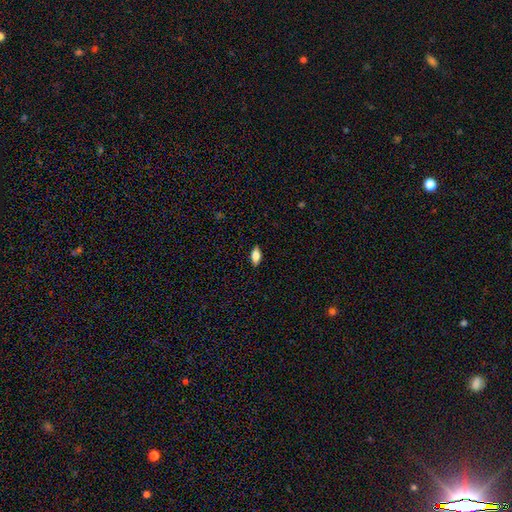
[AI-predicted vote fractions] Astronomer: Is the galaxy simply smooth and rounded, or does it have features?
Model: smooth — 75%.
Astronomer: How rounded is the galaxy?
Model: in between — 86%.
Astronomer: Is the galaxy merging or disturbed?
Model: none — 87%.